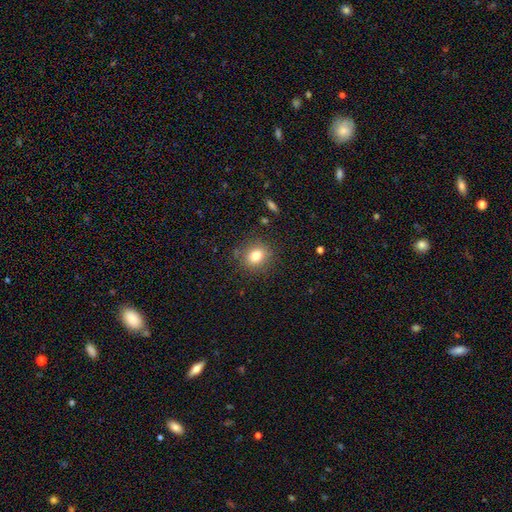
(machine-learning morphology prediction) A smooth galaxy with no disk features (80%) that is round (71%). Merging: none (85%).